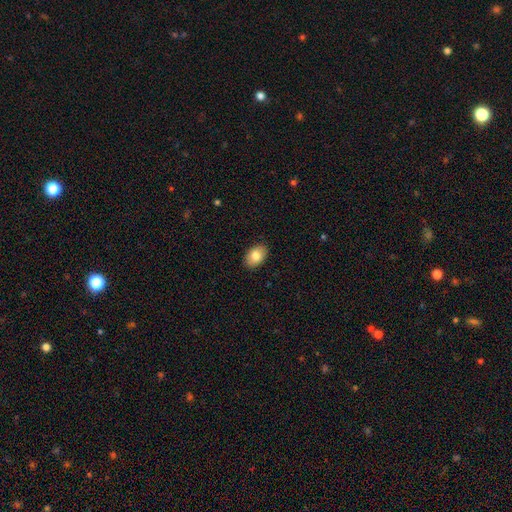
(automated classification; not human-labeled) A smooth galaxy with no disk features (83%) that is in between round and cigar-shaped (87%).

Vote fractions:
- Smooth or featured? smooth: 83% / featured or disk: 10% / star or artifact: 7%
- How rounded? in between: 87% / round: 12% / cigar-shaped: 1%
- Merging? none: 89% / minor disturbance: 8% / major disturbance: 2% / merger: 1%